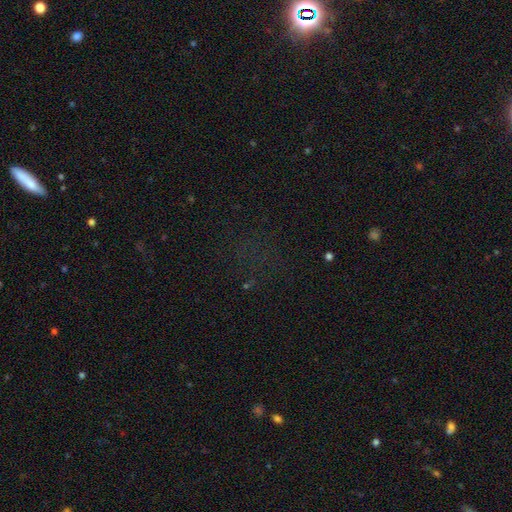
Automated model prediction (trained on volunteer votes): This is likely a star or artifact rather than a galaxy (67%).